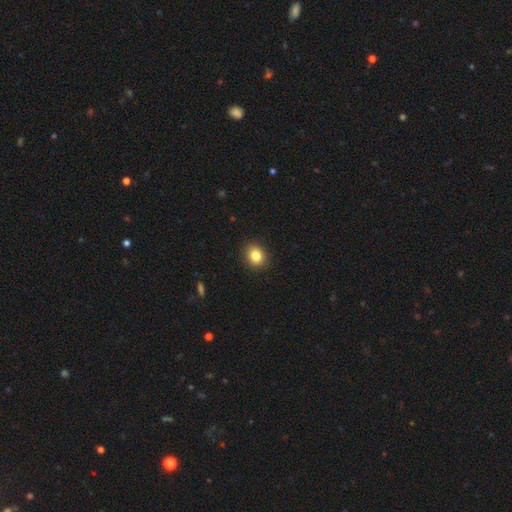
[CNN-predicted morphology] The model was most divided on "how rounded": round: 63%, in between: 36%, cigar-shaped: 1%. More confident: merging — none (91%); smooth or featured — smooth (84%).